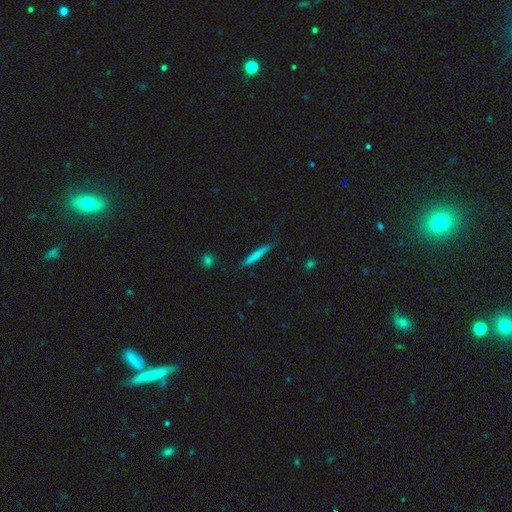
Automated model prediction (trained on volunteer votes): Smooth or featured?
  - smooth: 68% *
  - featured or disk: 26%
  - star or artifact: 6%
How rounded?
  - cigar-shaped: 95% *
  - in between: 4%
  - round: 2%
Merging?
  - none: 84% *
  - minor disturbance: 12%
  - major disturbance: 2%
  - merger: 2%